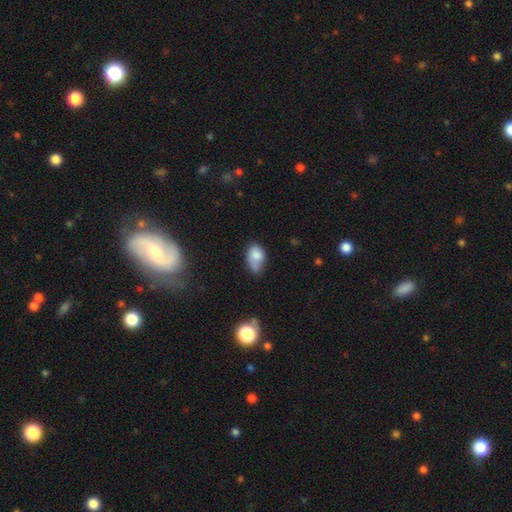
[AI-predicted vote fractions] smooth_or_featured: smooth (p=0.78) [alt: featured or disk p=0.13]
how_rounded: in between (p=0.85) [alt: round p=0.14]
merging: none (p=0.41) [alt: minor disturbance p=0.36]